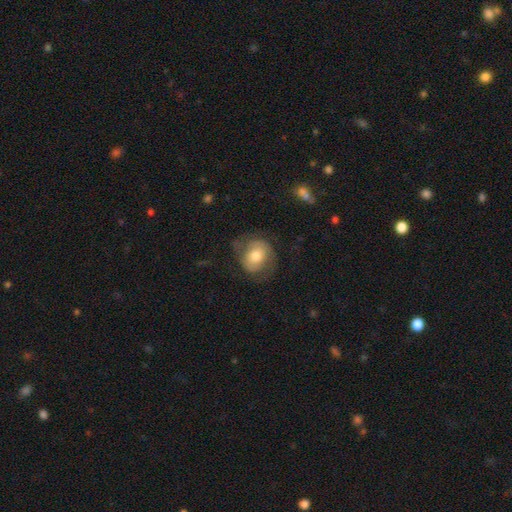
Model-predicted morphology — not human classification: Q: Smooth or featured?
A: smooth (52%); runner-up: featured or disk (41%)
Q: How rounded?
A: round (67%); runner-up: in between (32%)
Q: Merging?
A: none (58%); runner-up: minor disturbance (23%)